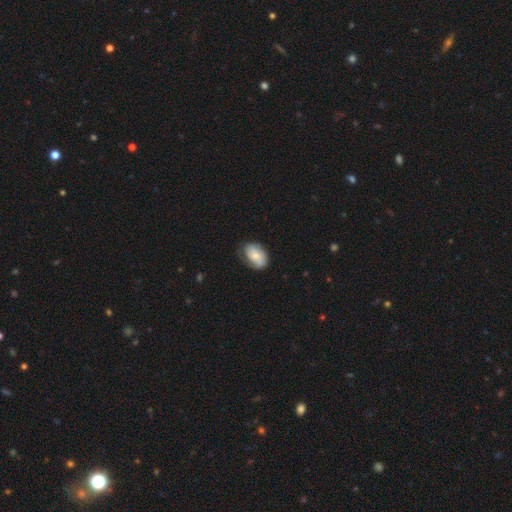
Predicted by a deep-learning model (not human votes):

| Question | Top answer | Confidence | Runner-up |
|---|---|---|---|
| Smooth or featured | smooth | 67% | featured or disk (26%) |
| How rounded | in between | 85% | round (13%) |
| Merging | none | 66% | minor disturbance (26%) |